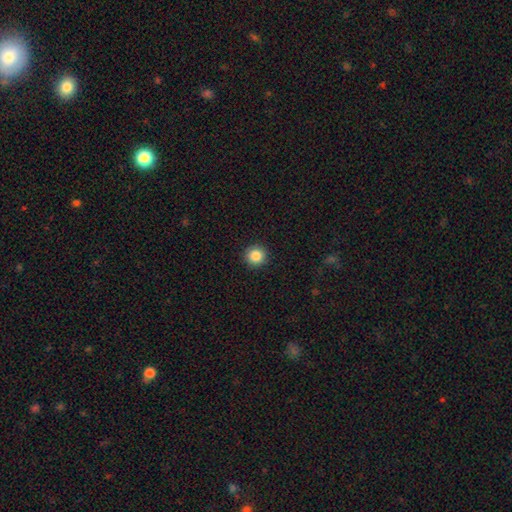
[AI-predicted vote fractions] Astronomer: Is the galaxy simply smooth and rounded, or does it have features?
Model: smooth — 85%.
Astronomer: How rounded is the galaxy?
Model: round — 95%.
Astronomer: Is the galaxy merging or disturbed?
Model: none — 93%.